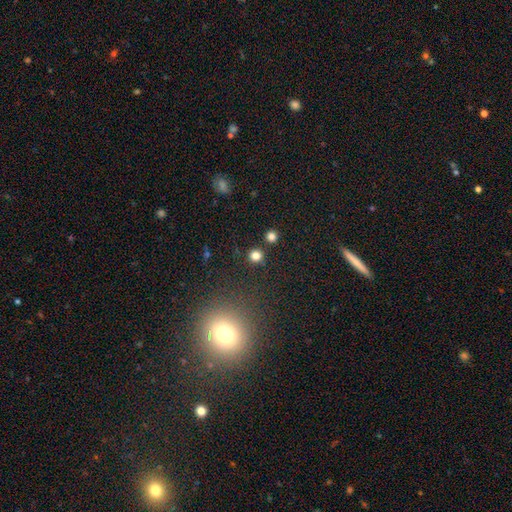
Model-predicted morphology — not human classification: type=smooth (80%); roundness=round (92%); merging=none (87%).